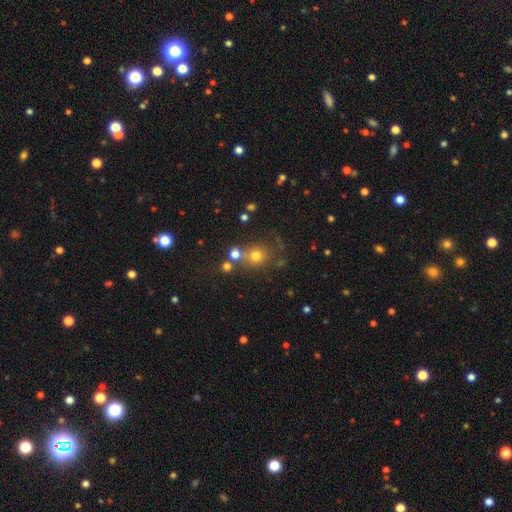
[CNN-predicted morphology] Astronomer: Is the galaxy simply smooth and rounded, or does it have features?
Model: smooth — 71%.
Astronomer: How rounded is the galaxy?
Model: round — 86%.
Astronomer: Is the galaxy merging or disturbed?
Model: none — 64%.